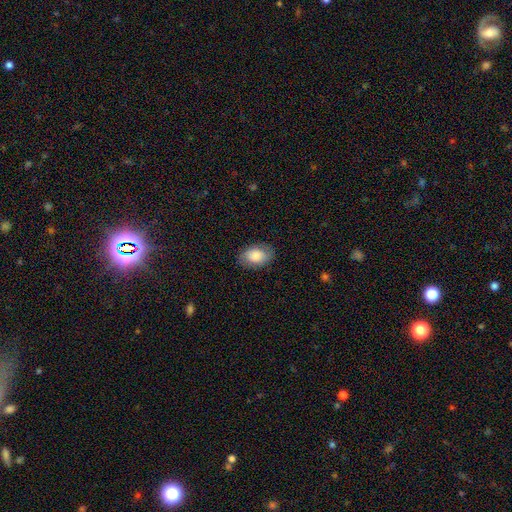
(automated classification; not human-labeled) Smooth or featured: smooth — 81% (featured or disk — 12%)
How rounded: in between — 88% (round — 11%)
Merging: none — 83% (minor disturbance — 13%)